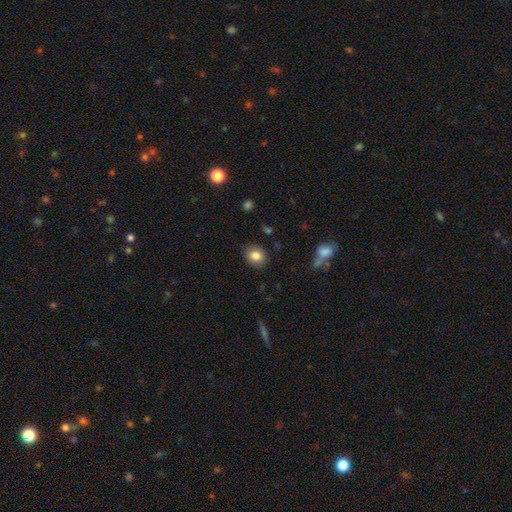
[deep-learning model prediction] Morphology: type=smooth (83%); roundness=round (55%); merging=none (84%).